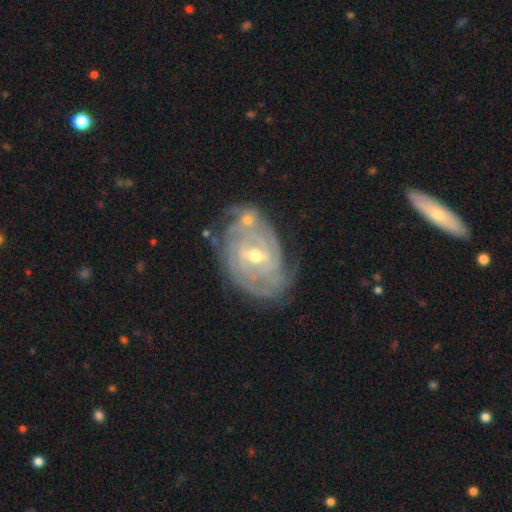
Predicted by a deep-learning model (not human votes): smooth-or-featured: featured or disk: 89% | smooth: 6% | star or artifact: 5%
  disk-edge-on: no: 97% | yes: 3%
    bar: weak: 54% | no: 27% | strong: 19%
    has-spiral-arms: yes: 96% | no: 4%
      spiral-winding: tight: 78% | medium: 18% | loose: 4%
      spiral-arm-count: can't tell: 32% | 3: 21% | 2: 20% | 4: 14% | more than 4: 6% | 1: 5%
    bulge-size: moderate: 56% | small: 41% | large: 2% | none: 1% | dominant: 1%
  merging: none: 62% | minor disturbance: 21% | merger: 10% | major disturbance: 7%